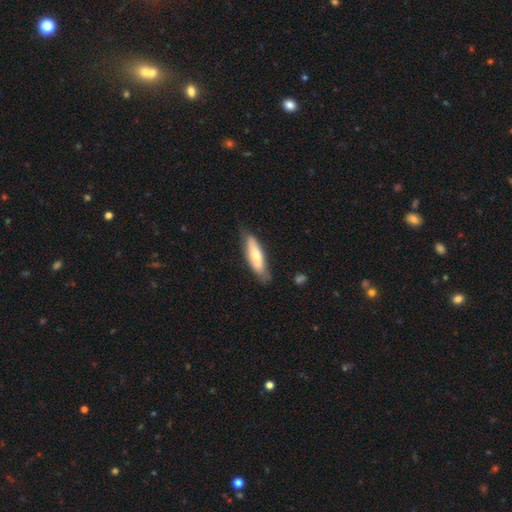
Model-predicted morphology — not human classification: A smooth galaxy with no disk features (61%) that is cigar-shaped (56%).

Vote fractions:
- Smooth or featured? smooth: 61% / featured or disk: 34% / star or artifact: 5%
- How rounded? cigar-shaped: 56% / in between: 42% / round: 2%
- Merging? none: 71% / minor disturbance: 22% / major disturbance: 5% / merger: 2%